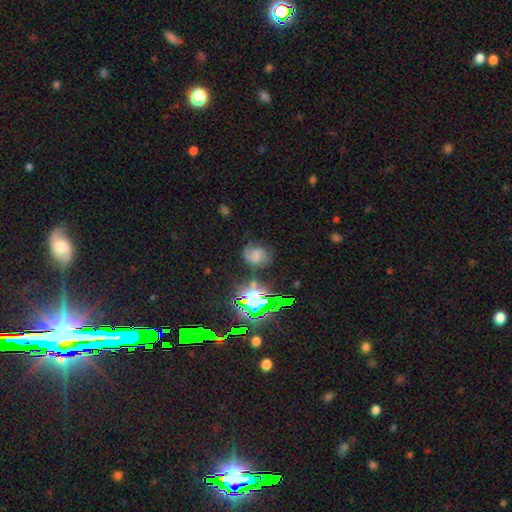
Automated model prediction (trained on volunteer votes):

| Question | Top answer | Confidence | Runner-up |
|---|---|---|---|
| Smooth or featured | featured or disk | 53% | smooth (29%) |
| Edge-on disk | no | 97% | yes (3%) |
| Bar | no | 53% | weak (36%) |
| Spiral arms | yes | 90% | no (10%) |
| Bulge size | none | 40% | small (22%) |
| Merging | none | 56% | minor disturbance (25%) |